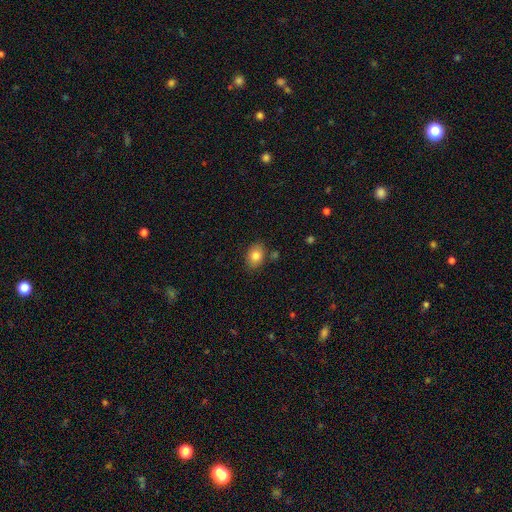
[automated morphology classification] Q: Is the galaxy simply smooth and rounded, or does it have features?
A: smooth — 82%.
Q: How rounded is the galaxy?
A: in between — 73%.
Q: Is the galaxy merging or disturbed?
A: none — 82%.